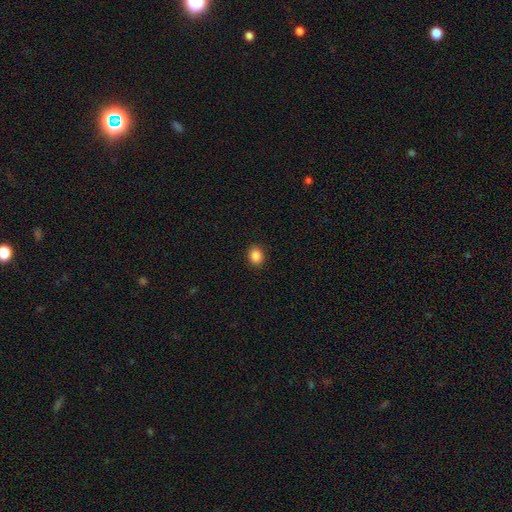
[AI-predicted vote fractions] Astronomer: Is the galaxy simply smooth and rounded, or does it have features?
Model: smooth — 87%.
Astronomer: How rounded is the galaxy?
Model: round — 53% (runner-up: in between, 46%).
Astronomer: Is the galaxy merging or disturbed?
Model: none — 91%.